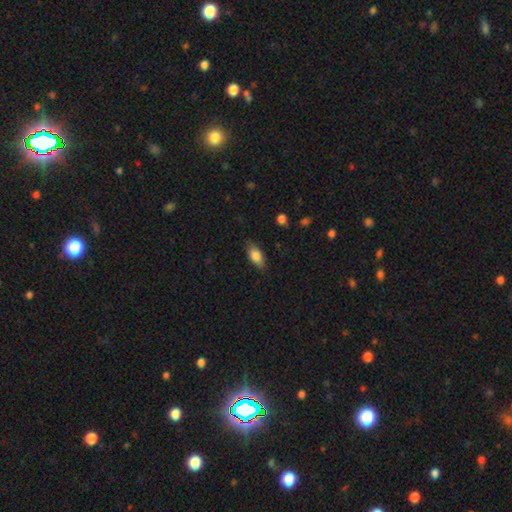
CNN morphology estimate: Smooth or featured? smooth (81%)
How rounded? in between (86%)
Merging? none (82%)